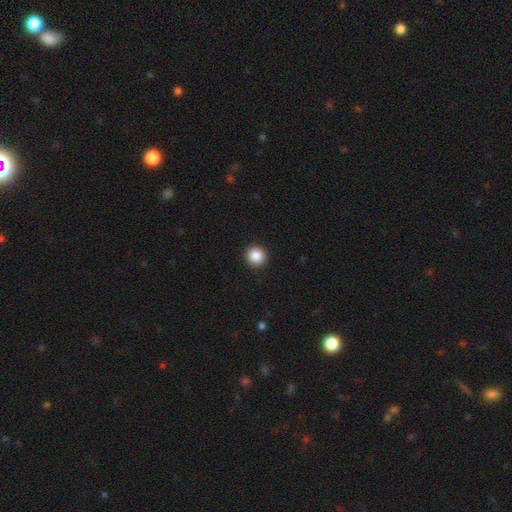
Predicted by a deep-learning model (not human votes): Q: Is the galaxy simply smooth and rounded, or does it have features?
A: smooth — 87%.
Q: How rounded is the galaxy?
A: round — 95%.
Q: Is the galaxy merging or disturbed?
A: none — 93%.